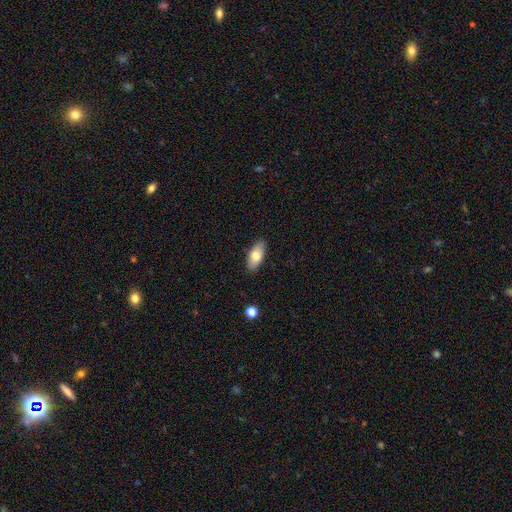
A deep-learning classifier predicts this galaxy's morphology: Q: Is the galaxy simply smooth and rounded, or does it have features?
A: smooth — 73%.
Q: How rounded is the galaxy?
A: in between — 87%.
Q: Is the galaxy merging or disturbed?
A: none — 88%.